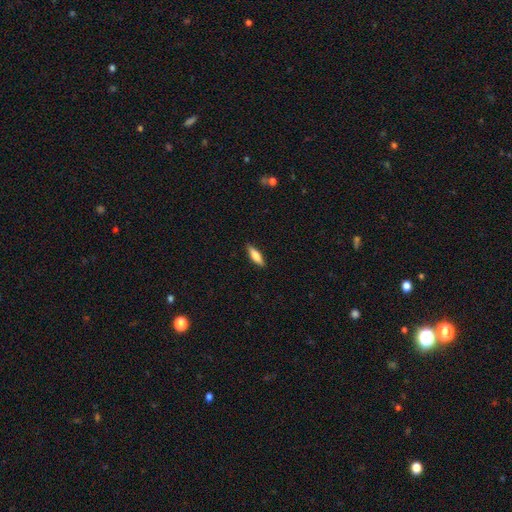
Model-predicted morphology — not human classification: type=smooth (75%); roundness=cigar-shaped (53%); merging=none (88%).